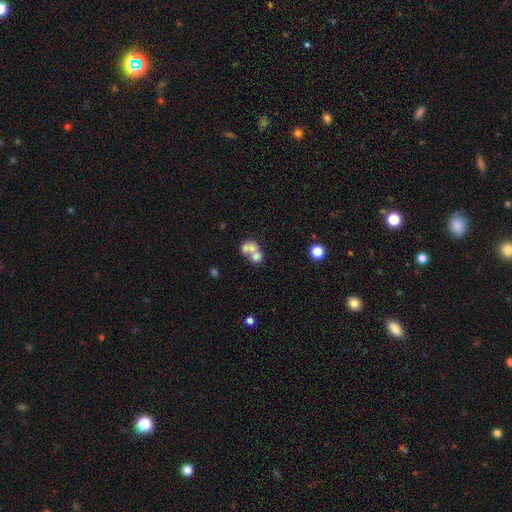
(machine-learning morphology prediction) smooth 60%, featured or disk 28%, star or artifact 12%. Down the decision tree: how rounded — round (58%); merging — merger (67%).